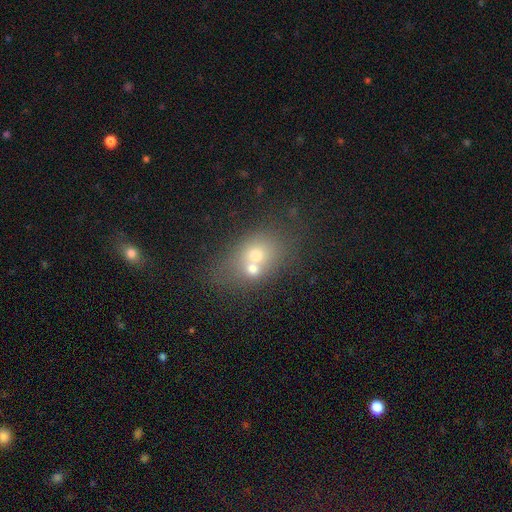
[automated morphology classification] The model was most divided on "how rounded": in between: 52%, round: 47%, cigar-shaped: 1%. More confident: merging — merger (65%); smooth or featured — smooth (60%).